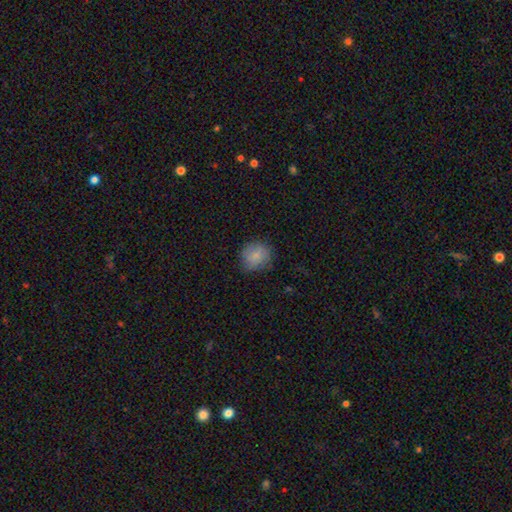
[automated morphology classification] This appears to be a smooth galaxy with no disk features (84%) that is round (77%). Merging: none (77%).